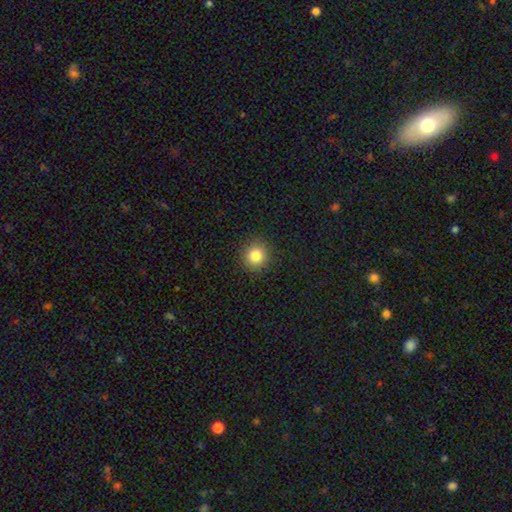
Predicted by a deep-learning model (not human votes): A smooth galaxy with no disk features (83%) that is round (92%). Merging: none (91%).